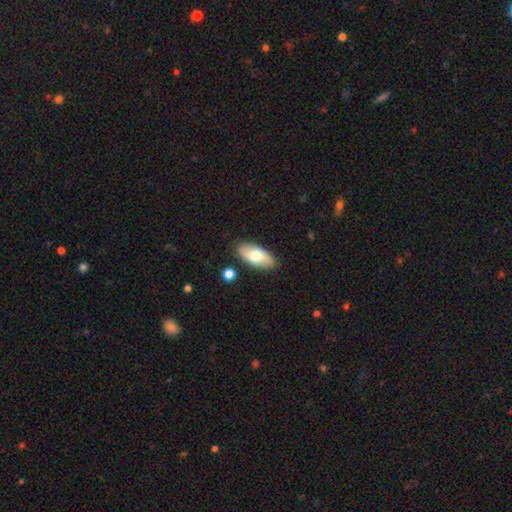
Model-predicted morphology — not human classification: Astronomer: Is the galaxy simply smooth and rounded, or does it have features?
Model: smooth — 69%.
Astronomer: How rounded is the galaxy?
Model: in between — 90%.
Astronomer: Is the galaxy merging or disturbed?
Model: none — 86%.